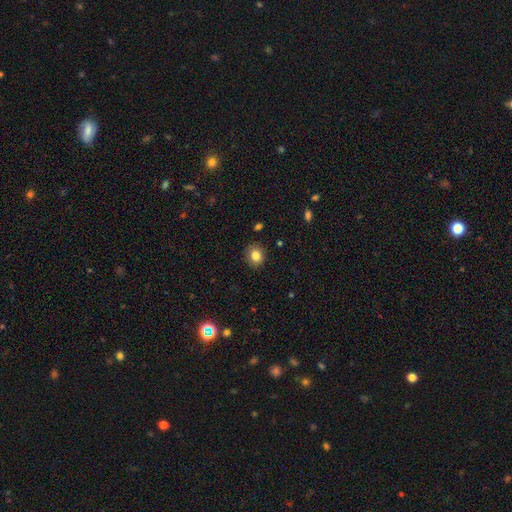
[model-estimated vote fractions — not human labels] Smooth or featured? smooth (82%)
How rounded? round (73%)
Merging? none (87%)